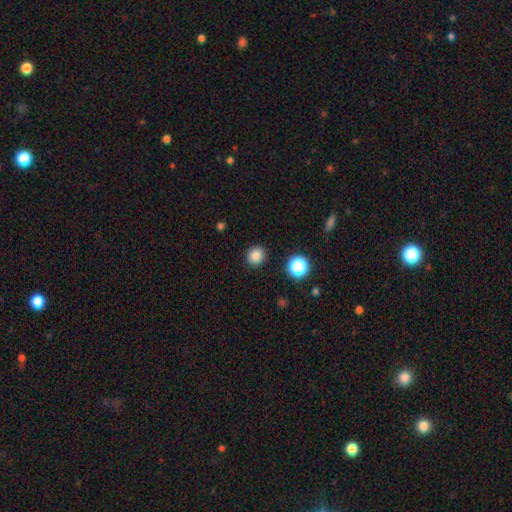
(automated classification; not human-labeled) Smooth or featured? Predicted: smooth (p=0.84). How rounded? Predicted: round (p=0.87). Merging? Predicted: none (p=0.91).